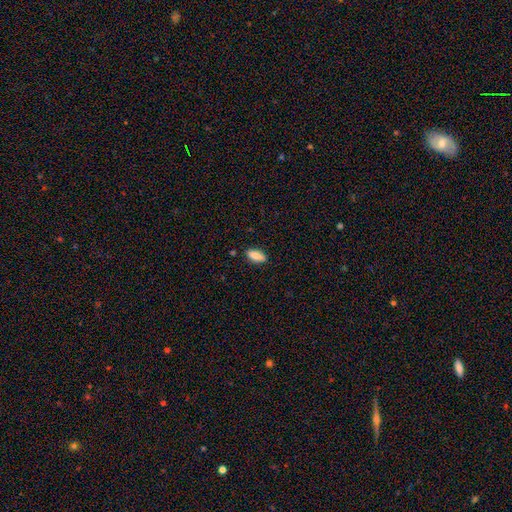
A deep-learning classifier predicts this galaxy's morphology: type=smooth (86%); roundness=in between (77%); merging=none (86%).